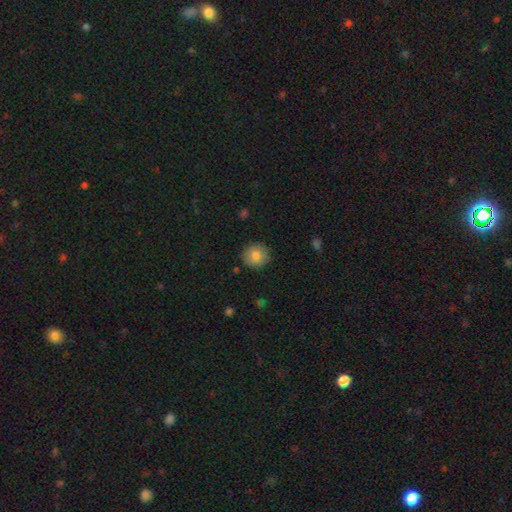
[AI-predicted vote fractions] Smooth or featured? smooth (82%)
How rounded? round (91%)
Merging? none (87%)